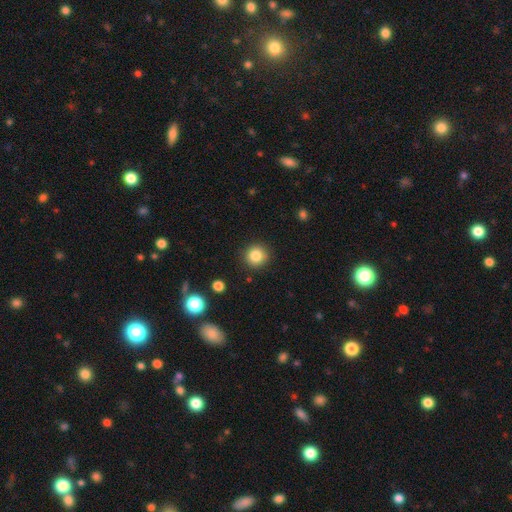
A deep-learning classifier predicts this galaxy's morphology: type=smooth (84%); roundness=round (93%); merging=none (90%).